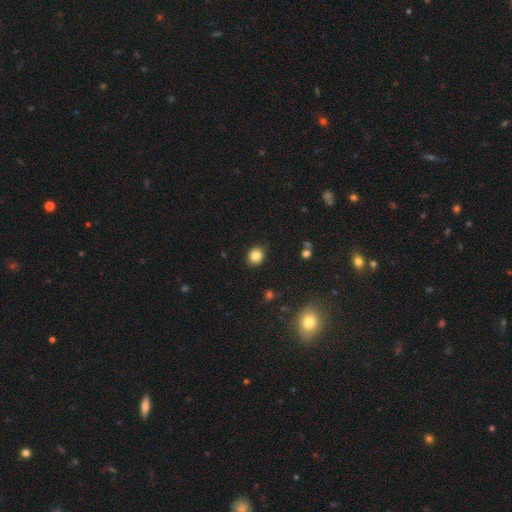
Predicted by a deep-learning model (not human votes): This appears to be a smooth galaxy with no disk features (84%) that is round (77%). Merging: none (89%).